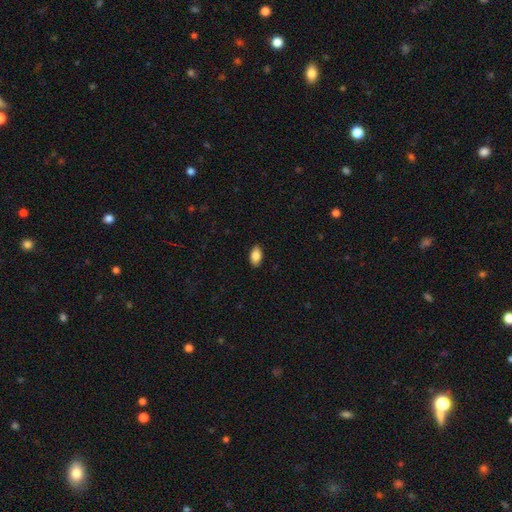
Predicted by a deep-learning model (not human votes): Smooth or featured: smooth — 86% (star or artifact — 7%)
How rounded: in between — 93% (round — 5%)
Merging: none — 89% (minor disturbance — 8%)